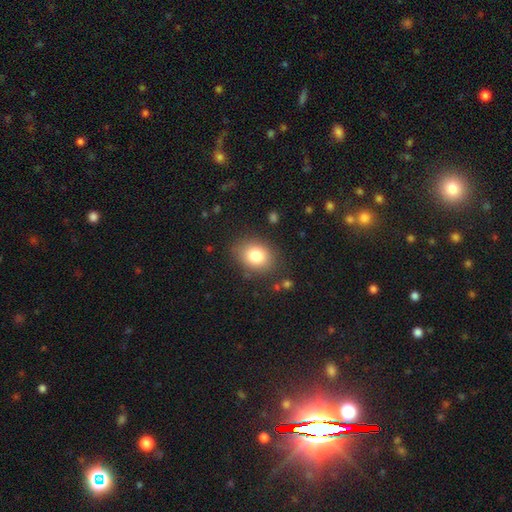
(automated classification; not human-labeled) This is clearly a smooth galaxy (80%). How rounded: possibly in between (55%). Merging: clearly none (84%).